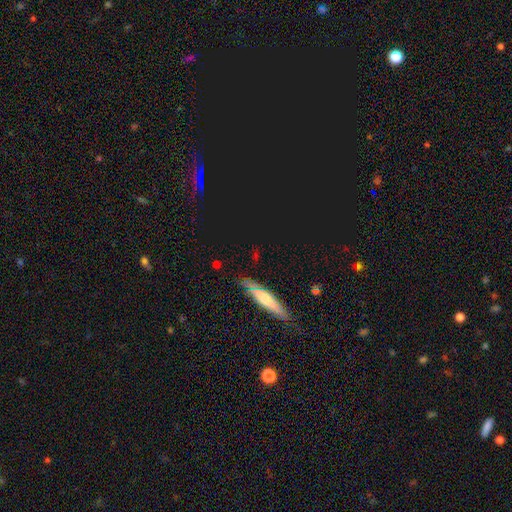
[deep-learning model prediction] Smooth or featured? star or artifact (48%)